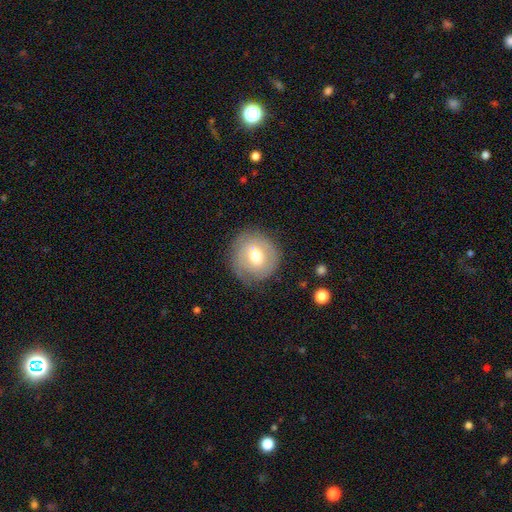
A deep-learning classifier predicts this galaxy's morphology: A smooth galaxy with no disk features (55%) that is round (88%). Merging: none (78%).